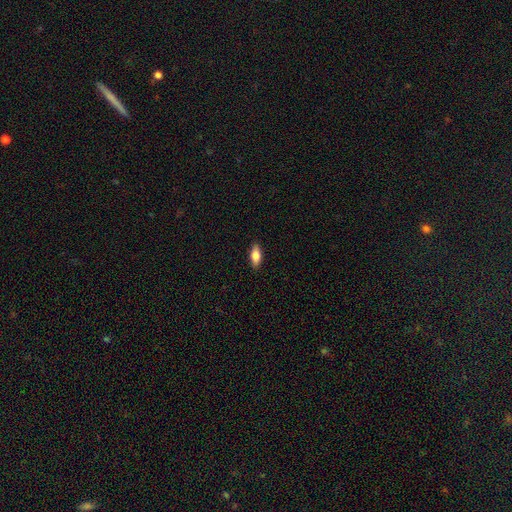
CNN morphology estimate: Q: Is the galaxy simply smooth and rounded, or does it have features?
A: smooth — 75%.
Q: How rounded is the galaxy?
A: in between — 78%.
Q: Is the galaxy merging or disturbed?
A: none — 88%.